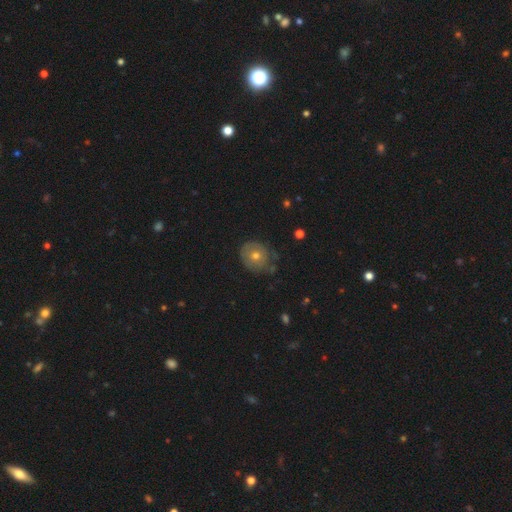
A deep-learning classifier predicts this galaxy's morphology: A smooth galaxy with no disk features (48%).

Vote fractions:
- Smooth or featured? smooth: 48% / featured or disk: 40% / star or artifact: 12%
- Merging? none: 70% / minor disturbance: 22% / major disturbance: 6% / merger: 2%